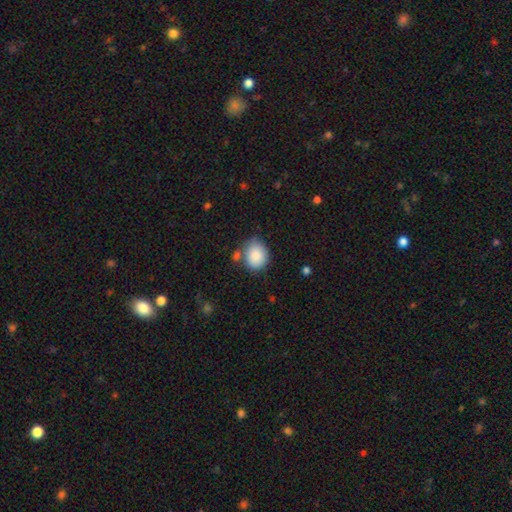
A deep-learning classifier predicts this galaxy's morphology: Smooth or featured? Predicted: smooth (p=0.88). How rounded? Predicted: round (p=0.58). Merging? Predicted: none (p=0.66).